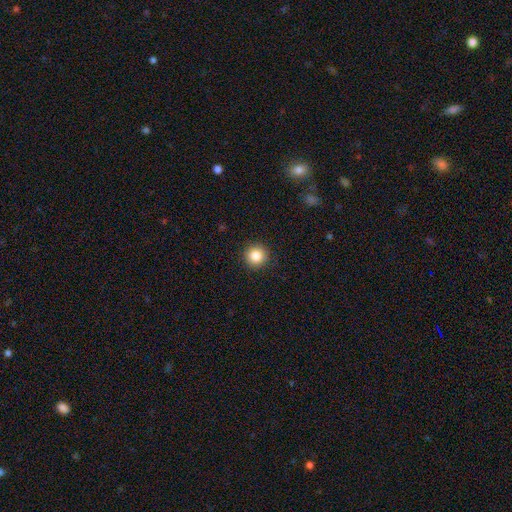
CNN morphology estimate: smooth 85%, star or artifact 10%, featured or disk 5%. Down the decision tree: how rounded — round (95%); merging — none (91%).